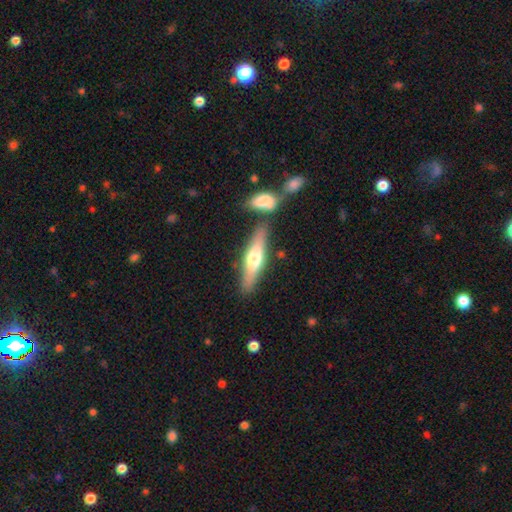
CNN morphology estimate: A featured or disk galaxy (49%).

Vote fractions:
- Smooth or featured? featured or disk: 49% / smooth: 46% / star or artifact: 5%
- Merging? none: 73% / merger: 12% / minor disturbance: 11% / major disturbance: 3%